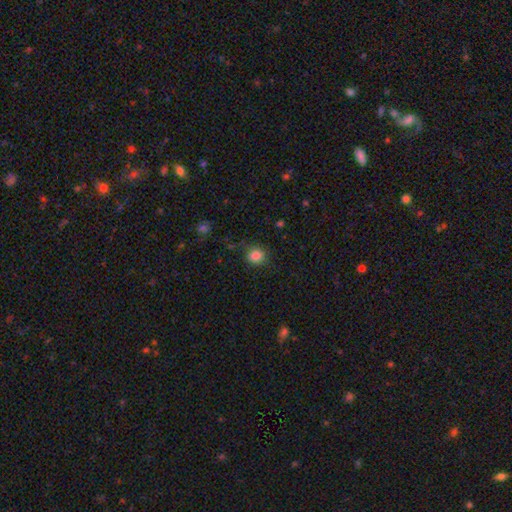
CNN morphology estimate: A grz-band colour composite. It shows a smooth galaxy with no disk features (84%) that is round (80%). Merging: none (82%).